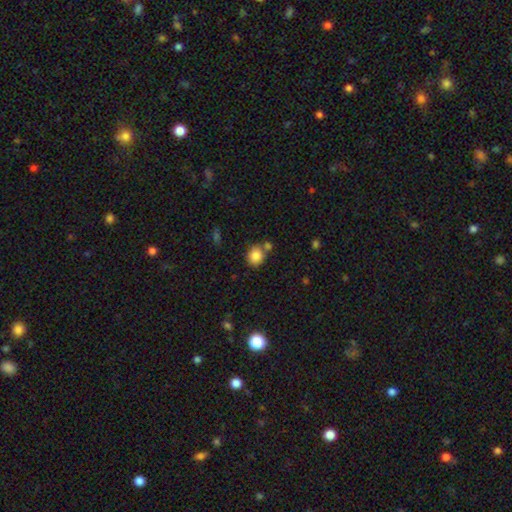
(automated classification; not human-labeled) Smooth or featured? Predicted: smooth (p=0.85). How rounded? Predicted: round (p=0.74). Merging? Predicted: none (p=0.63).